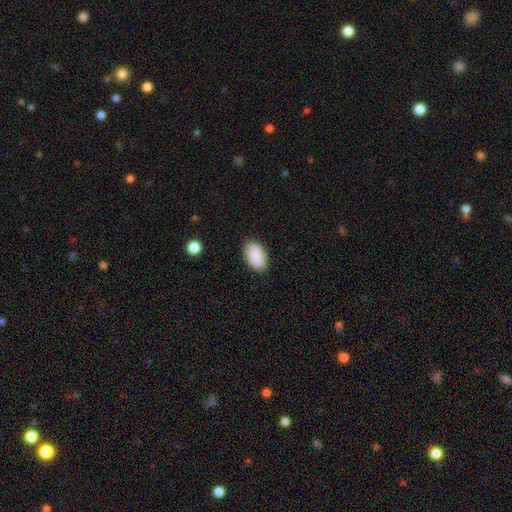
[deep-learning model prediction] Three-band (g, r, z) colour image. It shows a smooth galaxy with no disk features (87%) that is in between round and cigar-shaped (94%). Merging: none (86%).